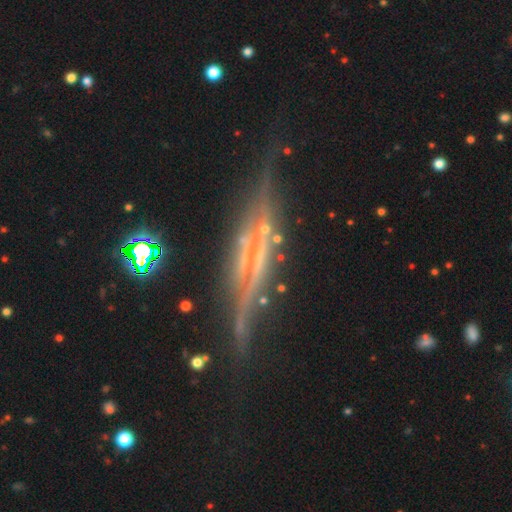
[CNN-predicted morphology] Smooth or featured: featured or disk — 78% (star or artifact — 12%)
Edge-on disk: yes — 93% (no — 7%)
Edge-on bulge: none — 50% (rounded — 25%)
Merging: none — 73% (minor disturbance — 17%)